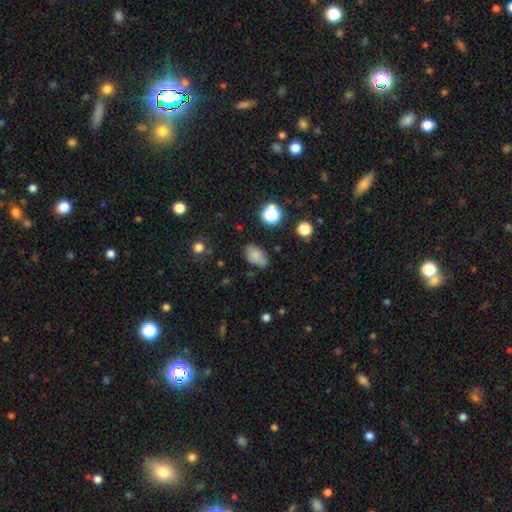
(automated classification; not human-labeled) Overall: smooth (79%). How rounded: in between (89%). Merging: none (72%).